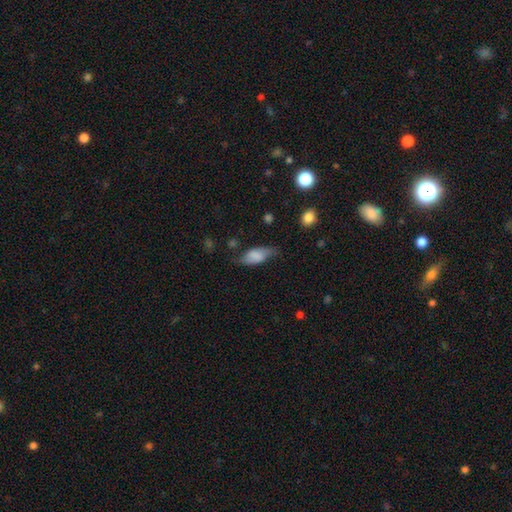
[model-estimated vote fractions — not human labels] smooth 68%, featured or disk 25%, star or artifact 8%. Down the decision tree: how rounded — in between (85%); merging — none (54%).